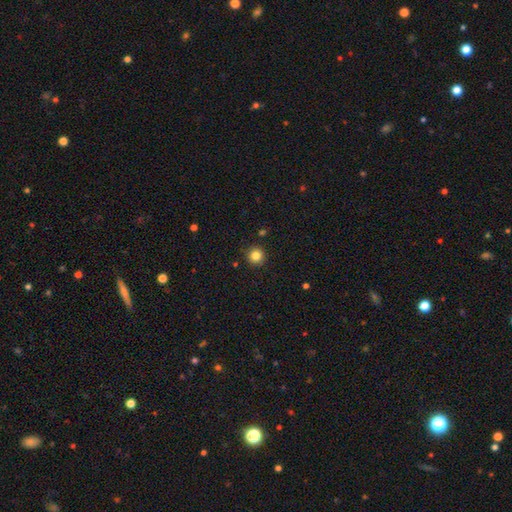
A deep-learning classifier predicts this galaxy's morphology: This appears to be a smooth galaxy with no disk features (83%) that is round (95%). Merging: none (92%).